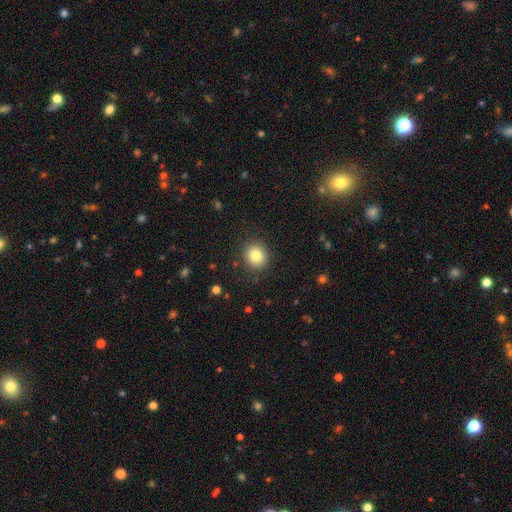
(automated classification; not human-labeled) smooth-or-featured: smooth: 82% | star or artifact: 11% | featured or disk: 8%
  how-rounded: round: 85% | in between: 15% | cigar-shaped: 1%
  merging: none: 89% | minor disturbance: 8% | major disturbance: 3% | merger: 1%